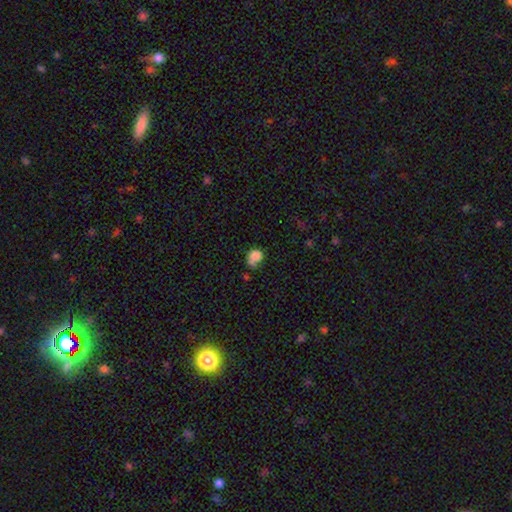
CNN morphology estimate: This appears to be a smooth galaxy with no disk features (78%) that is round (65%). Merging: none (33%).